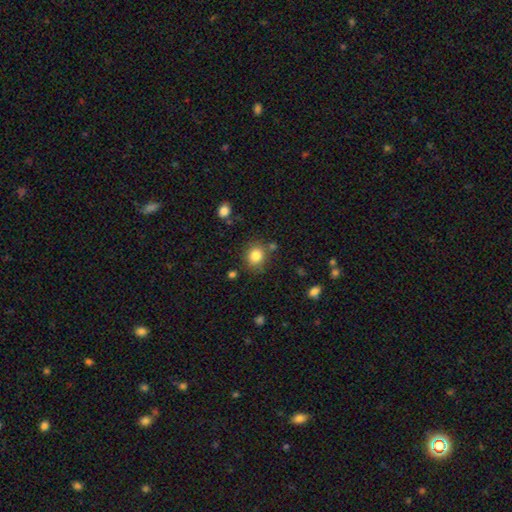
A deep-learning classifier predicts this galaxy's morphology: Smooth or featured: smooth — 83% (star or artifact — 11%)
How rounded: round — 75% (in between — 24%)
Merging: none — 79% (minor disturbance — 12%)